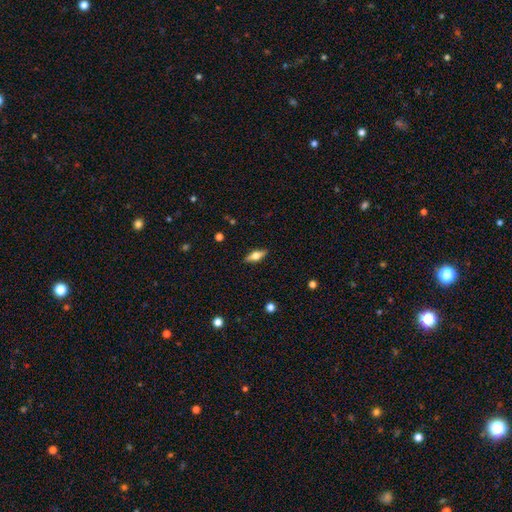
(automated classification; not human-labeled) Overall: featured or disk (47%; smooth 45%). Merging: none (88%).